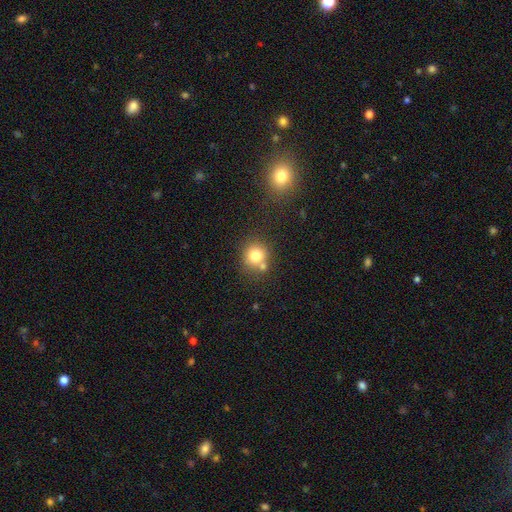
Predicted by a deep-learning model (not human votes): smooth_or_featured: smooth (p=0.77) [alt: star or artifact p=0.12]
how_rounded: round (p=0.87) [alt: in between p=0.13]
merging: none (p=0.63) [alt: merger p=0.22]